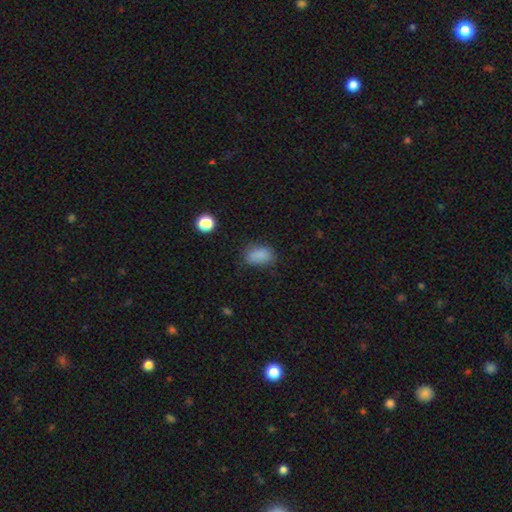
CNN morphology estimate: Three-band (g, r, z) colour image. It shows a smooth galaxy with no disk features (84%) that is in between round and cigar-shaped (84%). Merging: none (72%).